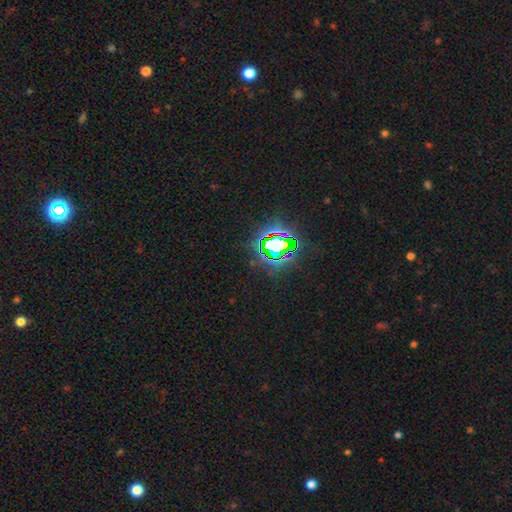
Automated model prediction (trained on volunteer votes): Smooth or featured? star or artifact (81%)